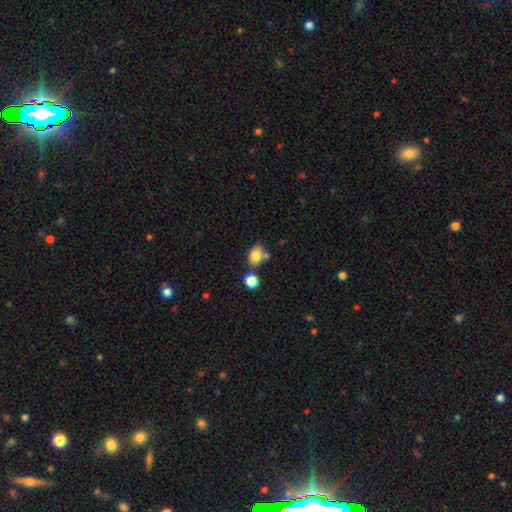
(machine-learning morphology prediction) smooth 79%, featured or disk 11%, star or artifact 10%. Down the decision tree: how rounded — in between (74%); merging — none (56%).